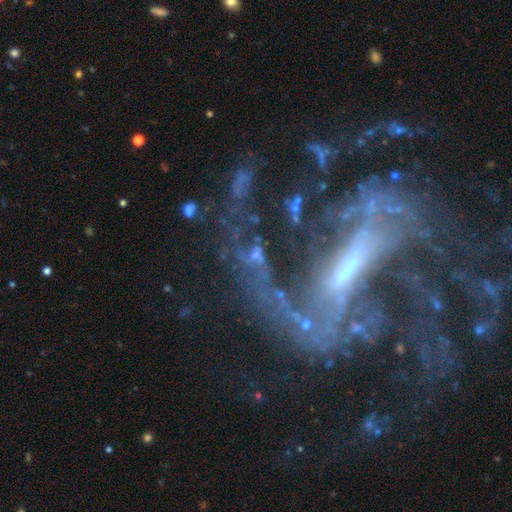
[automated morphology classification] Smooth or featured? Predicted: featured or disk (p=0.59). Edge-on disk? Predicted: no (p=0.84). Merging? Predicted: none (p=0.42).